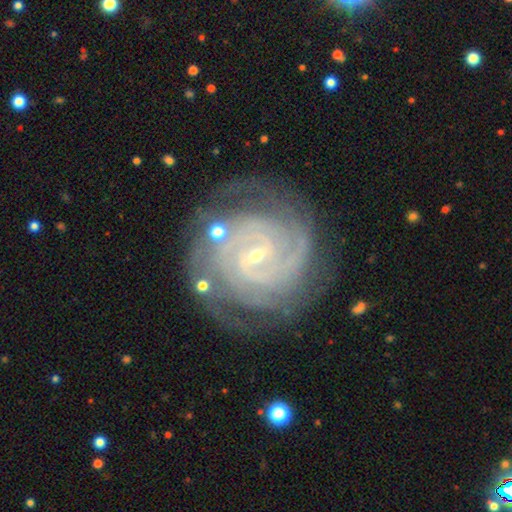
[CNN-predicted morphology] type=featured or disk (90%); edge-on=no (98%); bar=weak (48%); spiral arms=yes (98%); winding=tight (78%); arm count=4 (24%); bulge=small (83%); merging=none (76%).